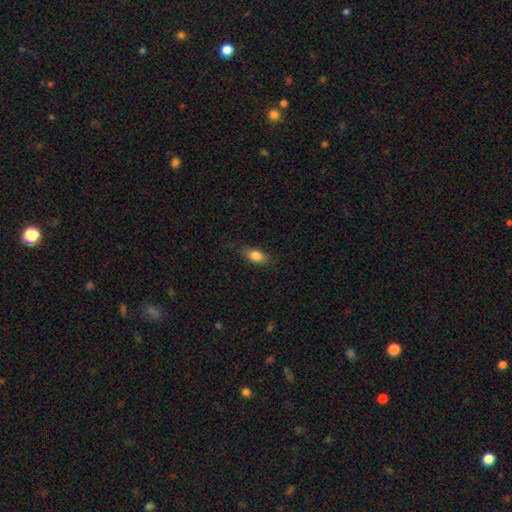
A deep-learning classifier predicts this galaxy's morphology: Smooth or featured?
  - smooth: 82% *
  - featured or disk: 10%
  - star or artifact: 8%
How rounded?
  - in between: 85% *
  - round: 8%
  - cigar-shaped: 8%
Merging?
  - none: 74% *
  - minor disturbance: 19%
  - major disturbance: 6%
  - merger: 1%